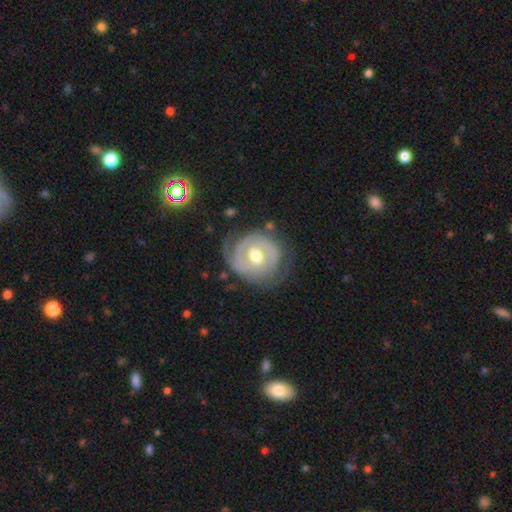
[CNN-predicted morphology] A featured or disk galaxy (76%) with no bar (52%), 2 (49%) tight (61%) spiral arms (80%) and a moderate central bulge (79%).

Vote fractions:
- Smooth or featured? featured or disk: 76% / smooth: 19% / star or artifact: 5%
- Edge-on disk? no: 97% / yes: 3%
- Bar? no: 52% / weak: 37% / strong: 10%
- Spiral arms? yes: 80% / no: 20%
- Spiral winding? tight: 61% / medium: 26% / loose: 13%
- Spiral arm count? 2: 49% / can't tell: 24% / 1: 15% / 3: 7% / 4: 3% / more than 4: 3%
- Bulge size? moderate: 79% / small: 10% / large: 9% / dominant: 1% / none: 1%
- Merging? none: 64% / minor disturbance: 21% / major disturbance: 12% / merger: 2%